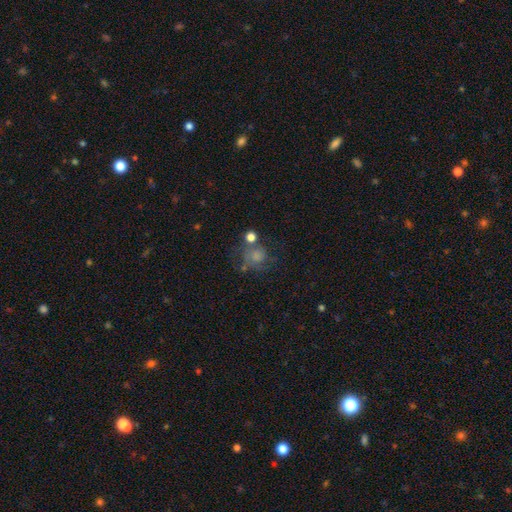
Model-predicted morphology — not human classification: The model was most divided on "merging": none: 48%, minor disturbance: 20%, major disturbance: 17%, merger: 15%. More confident: how rounded — round (80%); smooth or featured — smooth (64%).